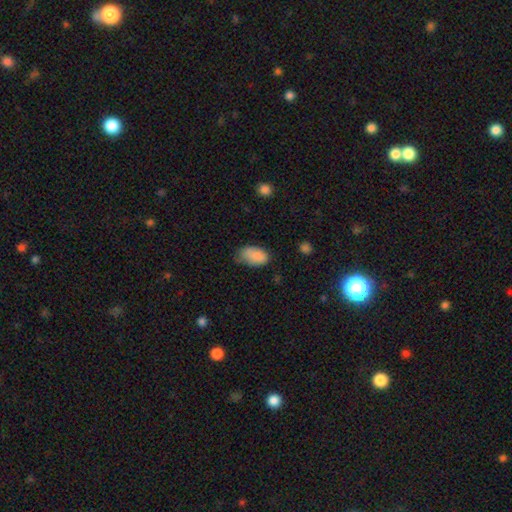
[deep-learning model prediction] This appears to be a smooth galaxy with no disk features (85%) that is in between round and cigar-shaped (93%). Merging: none (47%).